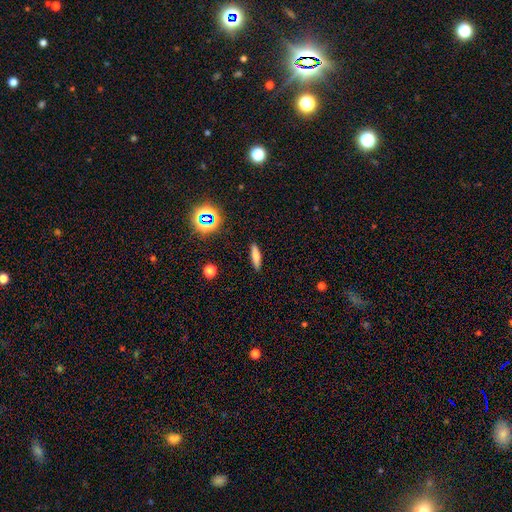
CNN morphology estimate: Smooth or featured: smooth — 68% (featured or disk — 19%)
How rounded: cigar-shaped — 71% (in between — 25%)
Merging: none — 88% (minor disturbance — 8%)